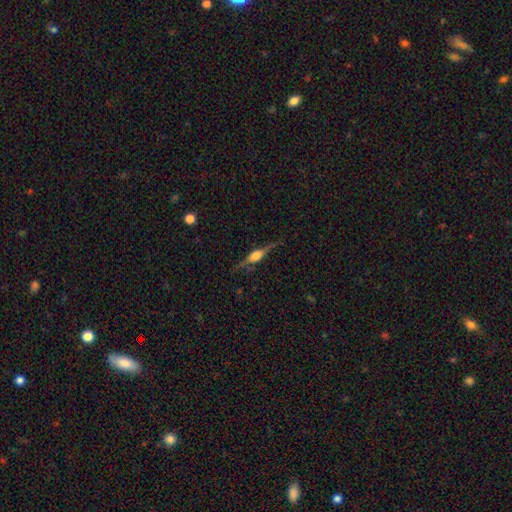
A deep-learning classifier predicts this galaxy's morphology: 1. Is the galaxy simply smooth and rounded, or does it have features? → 77% featured or disk, 16% smooth, 7% star or artifact.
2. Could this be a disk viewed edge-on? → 97% yes, 3% no.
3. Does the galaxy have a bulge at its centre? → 83% rounded, 15% boxy, 3% none.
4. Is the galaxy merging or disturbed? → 83% none, 12% minor disturbance, 4% major disturbance, 1% merger.